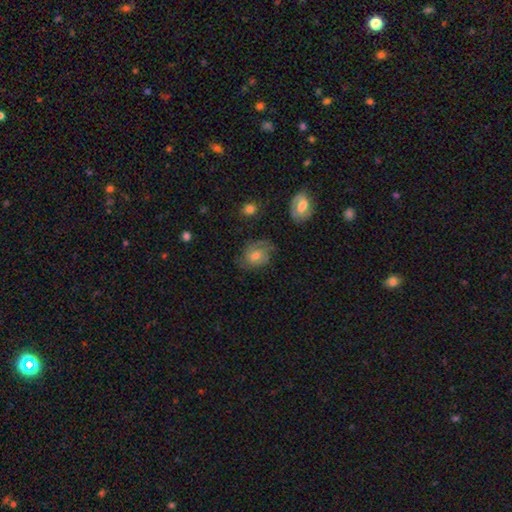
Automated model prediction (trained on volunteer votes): smooth_or_featured: smooth (p=0.45) [alt: featured or disk p=0.44]
merging: none (p=0.64) [alt: minor disturbance p=0.23]